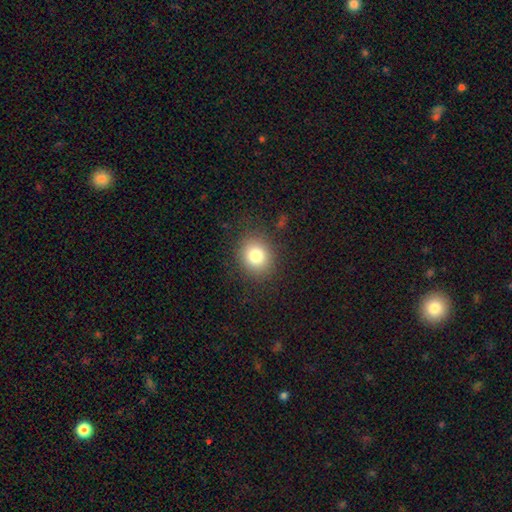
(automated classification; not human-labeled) smooth 81%, star or artifact 11%, featured or disk 8%. Down the decision tree: how rounded — round (74%); merging — none (86%).